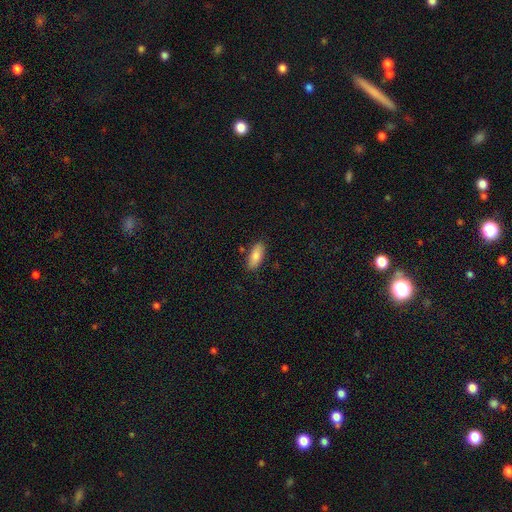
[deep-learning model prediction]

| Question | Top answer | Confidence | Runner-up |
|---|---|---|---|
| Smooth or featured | smooth | 83% | featured or disk (10%) |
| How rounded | in between | 83% | cigar-shaped (15%) |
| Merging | none | 83% | minor disturbance (12%) |